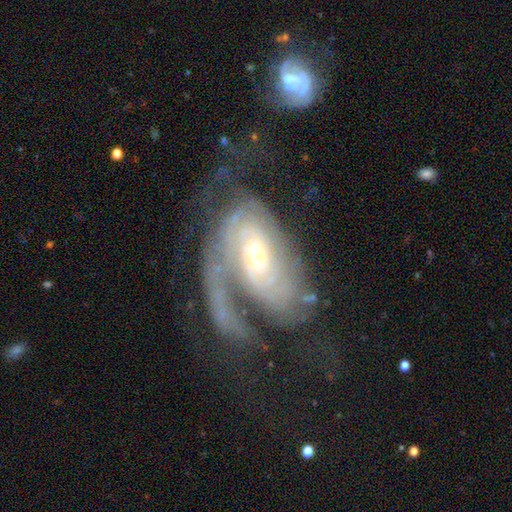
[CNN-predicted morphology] Smooth or featured?
  - featured or disk: 80% *
  - smooth: 13%
  - star or artifact: 7%
Edge-on disk?
  - no: 95% *
  - yes: 5%
Bar?
  - no: 58% *
  - weak: 31%
  - strong: 10%
Spiral arms?
  - yes: 85% *
  - no: 15%
Spiral winding?
  - tight: 49% *
  - medium: 32%
  - loose: 19%
Spiral arm count?
  - can't tell: 36% *
  - 2: 26%
  - 1: 23%
  - 3: 7%
  - 4: 4%
  - more than 4: 3%
Bulge size?
  - small: 55% *
  - moderate: 39%
  - large: 4%
  - none: 1%
  - dominant: 1%
Merging?
  - major disturbance: 46% *
  - none: 29%
  - minor disturbance: 15%
  - merger: 10%